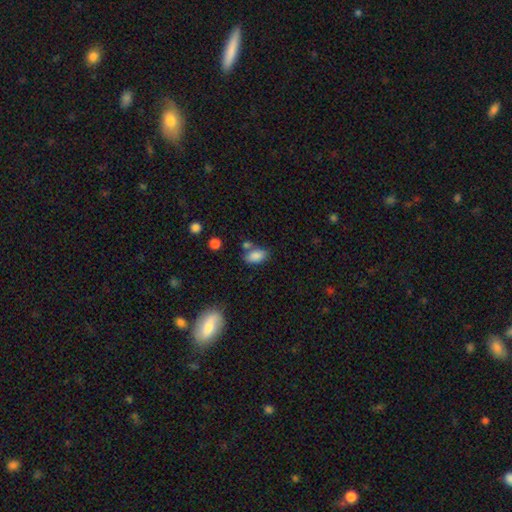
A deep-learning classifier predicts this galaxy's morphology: Smooth or featured: smooth — 85% (star or artifact — 9%)
How rounded: in between — 91% (round — 6%)
Merging: none — 64% (minor disturbance — 17%)